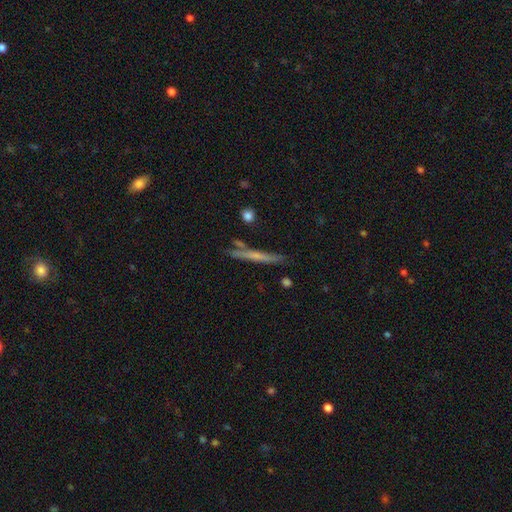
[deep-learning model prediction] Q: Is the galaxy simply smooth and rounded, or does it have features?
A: featured or disk — 48%.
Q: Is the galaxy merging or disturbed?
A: none — 80%.